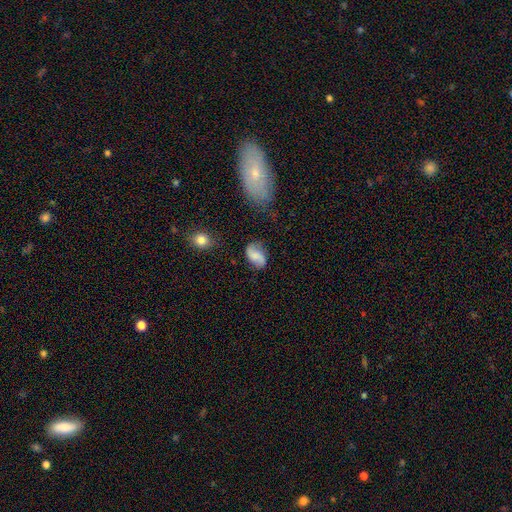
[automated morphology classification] type=featured or disk (48%); merging=none (68%).